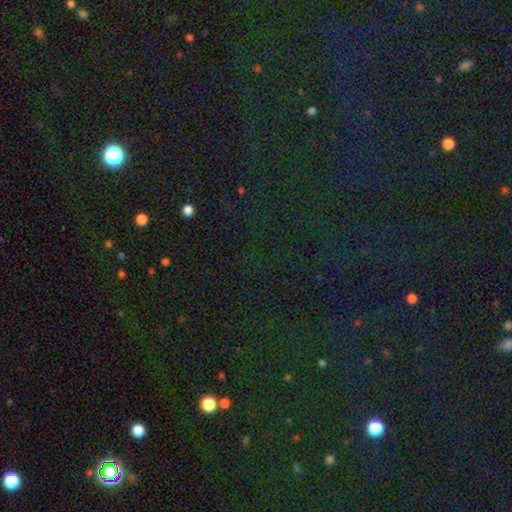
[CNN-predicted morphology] Q: Smooth or featured?
A: star or artifact (80%); runner-up: smooth (12%)